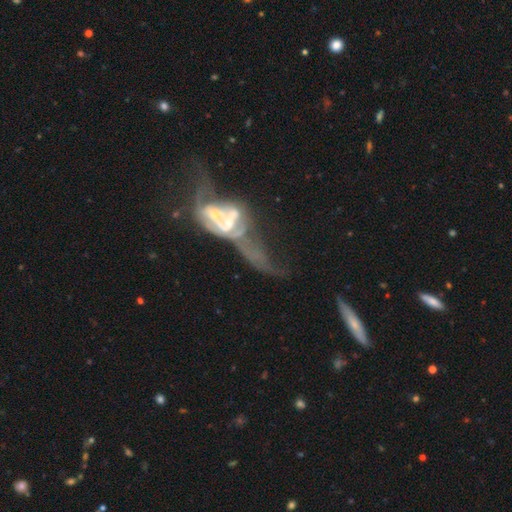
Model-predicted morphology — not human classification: Smooth or featured?
  - featured or disk: 66% *
  - smooth: 18%
  - star or artifact: 15%
Edge-on disk?
  - no: 78% *
  - yes: 22%
Bar?
  - no: 69% *
  - weak: 19%
  - strong: 12%
Spiral arms?
  - no: 66% *
  - yes: 34%
Bulge size?
  - moderate: 37% *
  - small: 32%
  - none: 20%
  - large: 8%
  - dominant: 3%
Merging?
  - merger: 60% *
  - major disturbance: 24%
  - none: 10%
  - minor disturbance: 6%